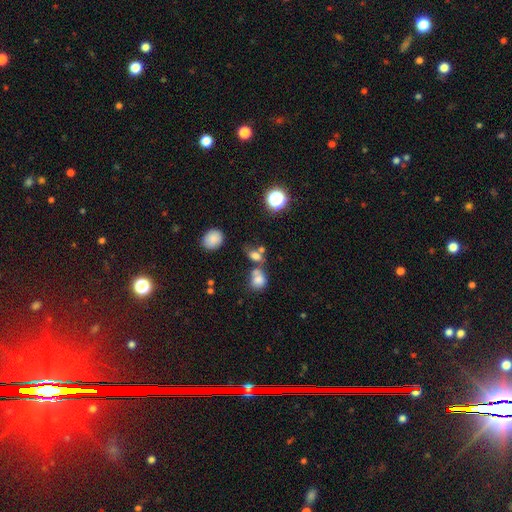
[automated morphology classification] This is likely a smooth galaxy (68%). How rounded: likely in between (63%). Merging: marginally merger (42%).